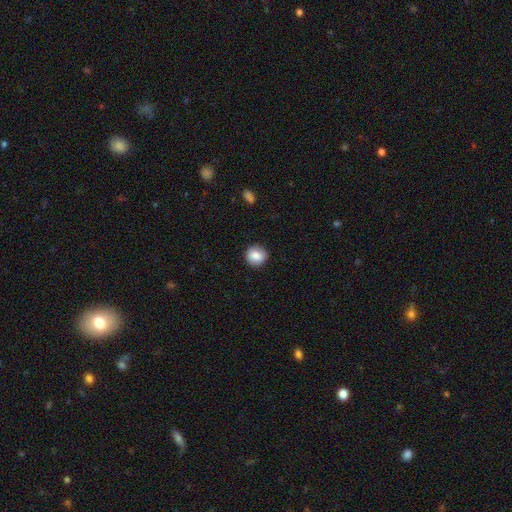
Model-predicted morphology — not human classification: smooth 84%, star or artifact 8%, featured or disk 8%. Down the decision tree: how rounded — round (89%); merging — none (87%).